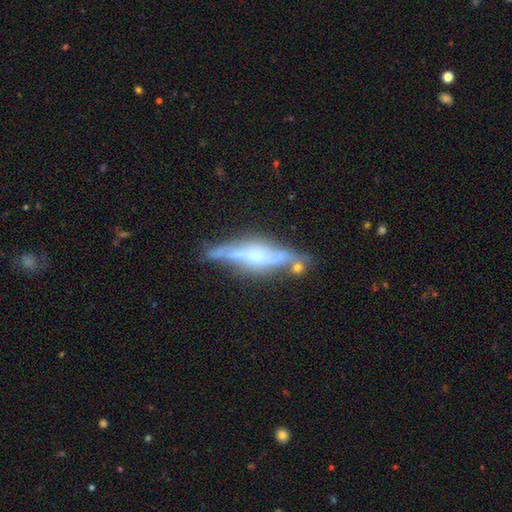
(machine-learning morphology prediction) smooth-or-featured: featured or disk: 75% | smooth: 18% | star or artifact: 7%
  disk-edge-on: yes: 85% | no: 15%
    edge-on-bulge: rounded: 59% | boxy: 27% | none: 14%
  merging: none: 64% | minor disturbance: 20% | merger: 9% | major disturbance: 7%